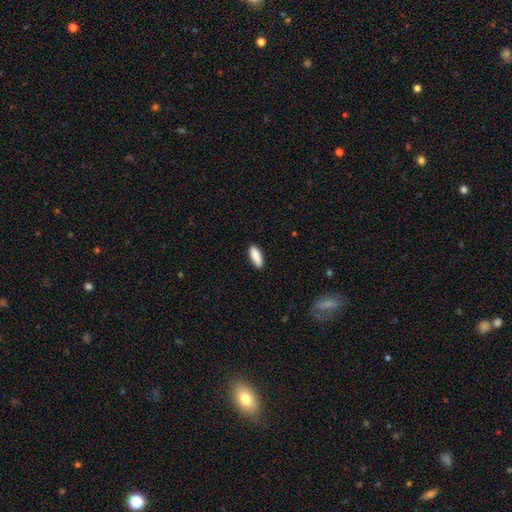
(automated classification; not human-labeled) Morphology: type=smooth (88%); roundness=in between (65%); merging=none (87%).